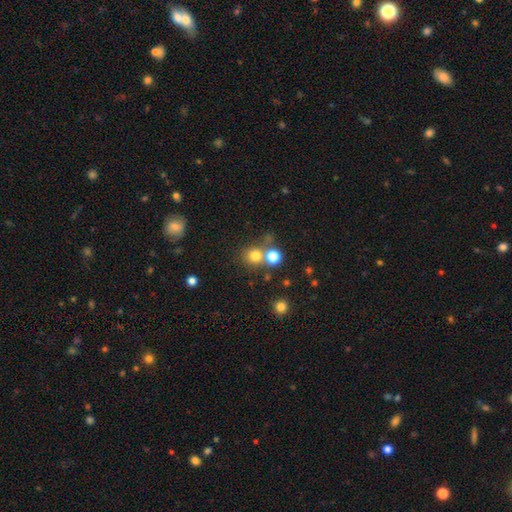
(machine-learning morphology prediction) smooth_or_featured: smooth (p=0.75) [alt: star or artifact p=0.16]
how_rounded: round (p=0.88) [alt: in between p=0.11]
merging: none (p=0.61) [alt: merger p=0.27]